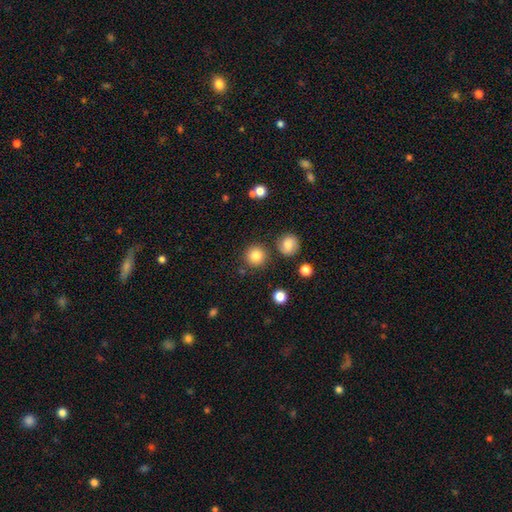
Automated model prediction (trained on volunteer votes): smooth-or-featured: smooth: 83% | star or artifact: 11% | featured or disk: 6%
  how-rounded: round: 94% | in between: 5% | cigar-shaped: 1%
  merging: none: 86% | minor disturbance: 7% | merger: 4% | major disturbance: 3%